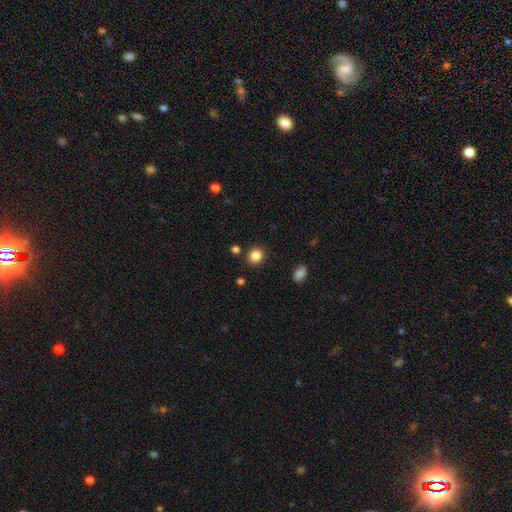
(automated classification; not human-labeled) Q: Smooth or featured?
A: smooth (85%); runner-up: star or artifact (11%)
Q: How rounded?
A: round (79%); runner-up: in between (20%)
Q: Merging?
A: none (87%); runner-up: minor disturbance (7%)